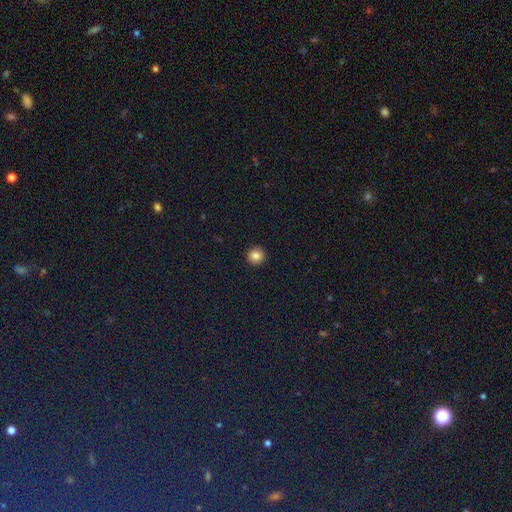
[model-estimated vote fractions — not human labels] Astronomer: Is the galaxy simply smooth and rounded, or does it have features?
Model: smooth — 85%.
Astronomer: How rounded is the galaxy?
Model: round — 94%.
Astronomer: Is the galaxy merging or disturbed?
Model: none — 93%.